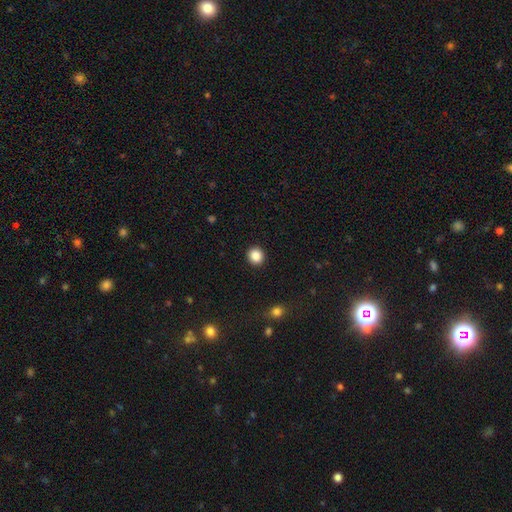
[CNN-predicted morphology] Q: Smooth or featured?
A: smooth (87%); runner-up: star or artifact (10%)
Q: How rounded?
A: round (89%); runner-up: in between (10%)
Q: Merging?
A: none (93%); runner-up: minor disturbance (5%)